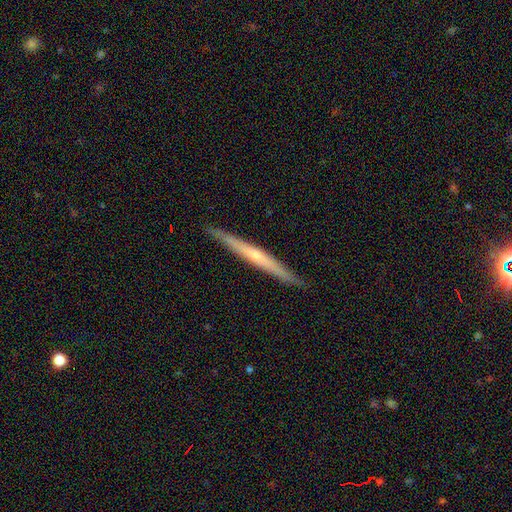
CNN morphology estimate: smooth_or_featured: featured or disk (p=0.63) [alt: smooth p=0.31]
disk_edge_on: yes (p=0.96) [alt: no p=0.04]
edge_on_bulge: none (p=0.51) [alt: rounded p=0.45]
merging: none (p=0.91) [alt: minor disturbance p=0.07]